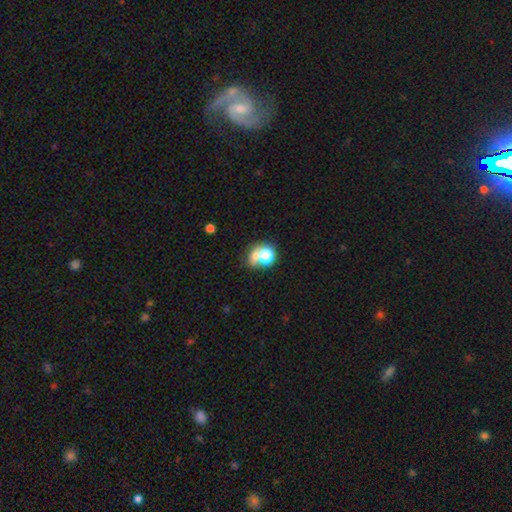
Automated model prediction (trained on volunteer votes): Smooth or featured? smooth (67%)
How rounded? round (66%)
Merging? merger (49%)